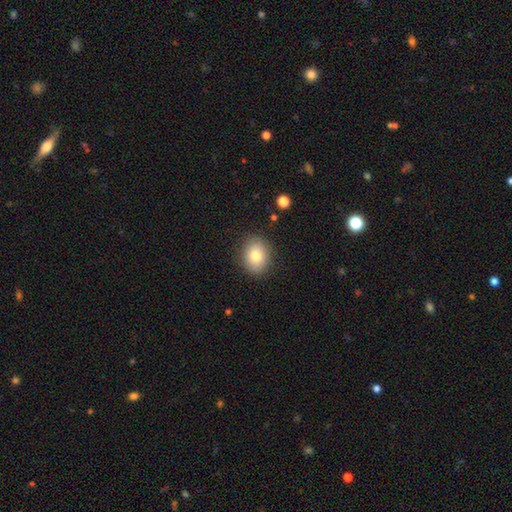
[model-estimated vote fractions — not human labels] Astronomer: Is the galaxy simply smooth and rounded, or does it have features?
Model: smooth — 80%.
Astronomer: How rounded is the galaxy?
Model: round — 50% (runner-up: in between, 49%).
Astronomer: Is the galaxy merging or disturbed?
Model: none — 86%.